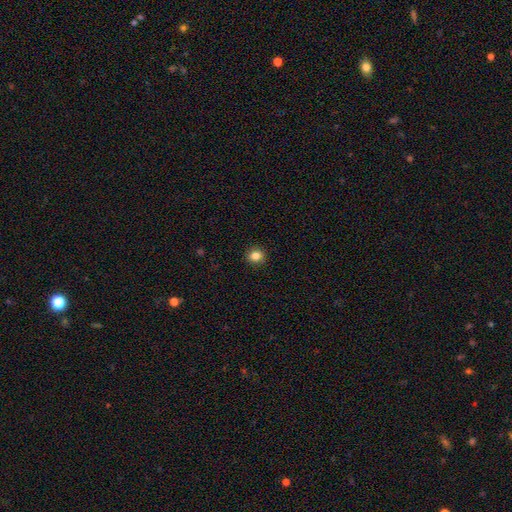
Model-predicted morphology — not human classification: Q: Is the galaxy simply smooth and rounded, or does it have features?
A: smooth — 83%.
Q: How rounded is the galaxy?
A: round — 84%.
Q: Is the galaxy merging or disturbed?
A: none — 92%.